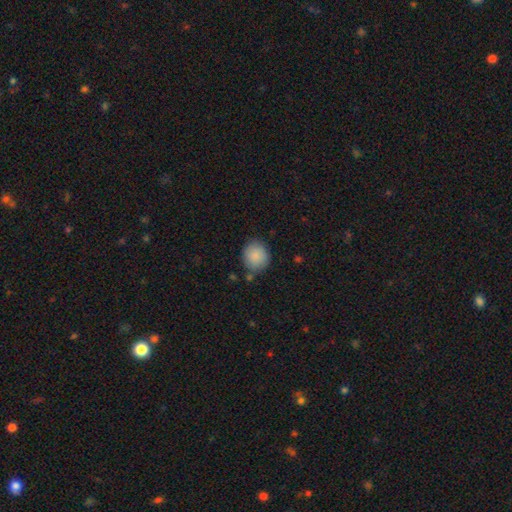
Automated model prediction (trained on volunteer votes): A smooth galaxy with no disk features (88%) that is round (84%). Merging: none (81%).